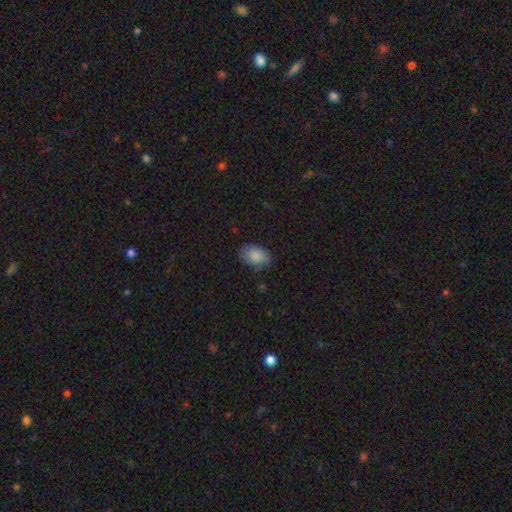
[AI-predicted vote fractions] smooth 85%, featured or disk 8%, star or artifact 7%. Down the decision tree: how rounded — in between (87%); merging — none (71%).